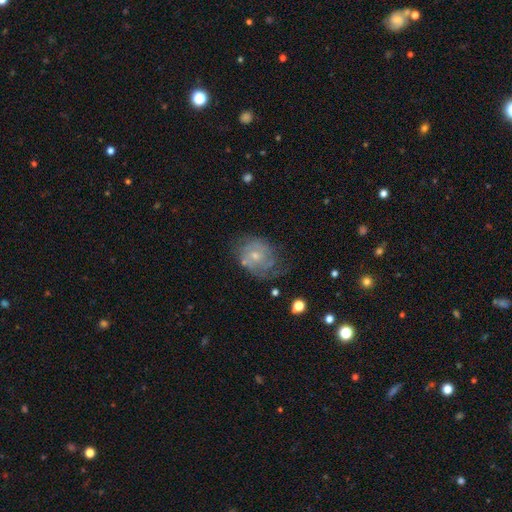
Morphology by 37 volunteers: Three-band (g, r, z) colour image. It shows a featured or disk galaxy (54%) with no bar (80%), no spiral arms (60%) and a small central bulge (65%). Merging: none (47%).